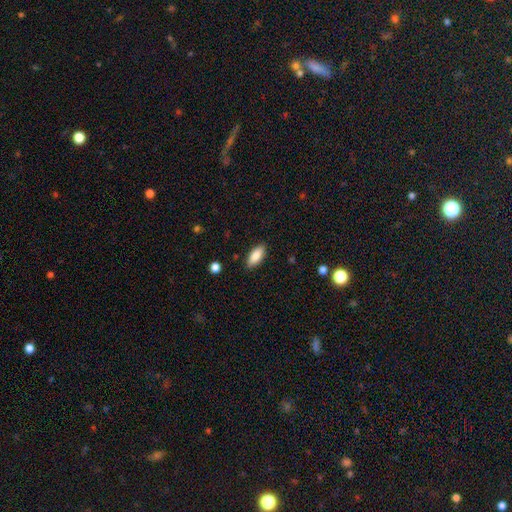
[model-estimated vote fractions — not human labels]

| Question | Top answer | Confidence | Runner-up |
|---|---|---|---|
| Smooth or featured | smooth | 86% | featured or disk (8%) |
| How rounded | in between | 83% | cigar-shaped (15%) |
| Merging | none | 87% | minor disturbance (9%) |